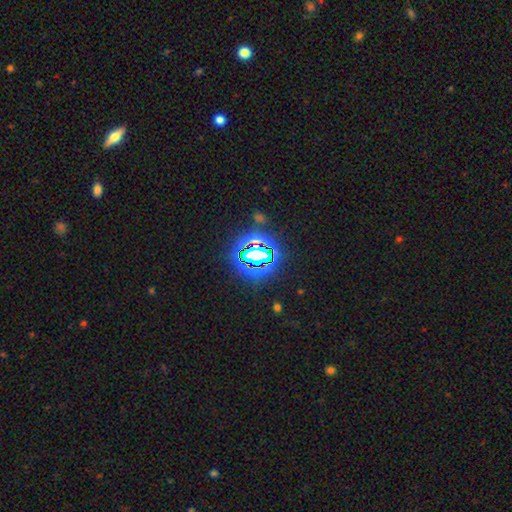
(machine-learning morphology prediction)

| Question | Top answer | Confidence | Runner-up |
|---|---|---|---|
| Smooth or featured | star or artifact | 73% | smooth (17%) |